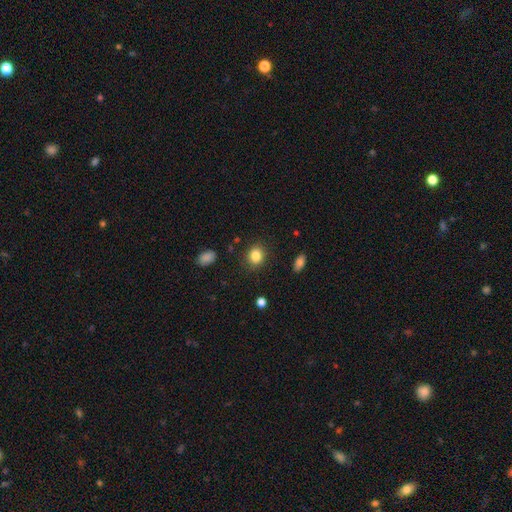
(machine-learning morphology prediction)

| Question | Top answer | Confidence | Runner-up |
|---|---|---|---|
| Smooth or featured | smooth | 85% | star or artifact (10%) |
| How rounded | round | 65% | in between (34%) |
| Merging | none | 86% | minor disturbance (9%) |